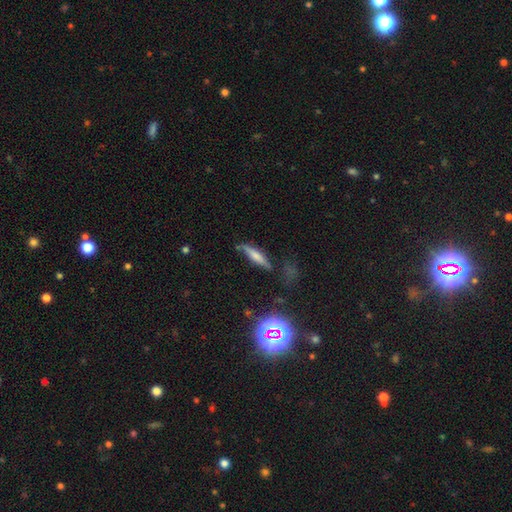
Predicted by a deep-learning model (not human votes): Smooth or featured: smooth — 55% (featured or disk — 36%)
How rounded: cigar-shaped — 83% (in between — 15%)
Merging: none — 68% (minor disturbance — 21%)